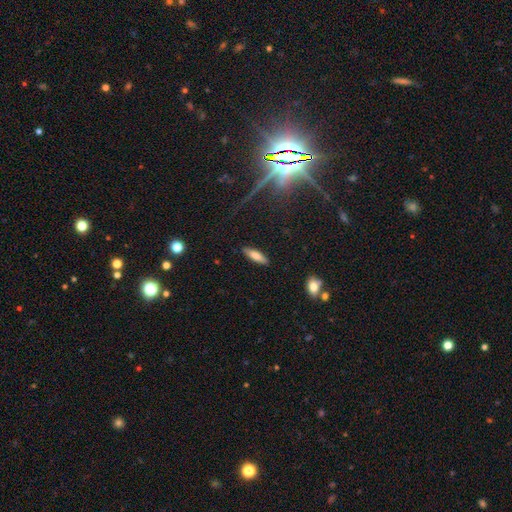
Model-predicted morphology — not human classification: Smooth or featured?
  - smooth: 75% *
  - featured or disk: 18%
  - star or artifact: 7%
How rounded?
  - cigar-shaped: 57% *
  - in between: 41%
  - round: 2%
Merging?
  - none: 87% *
  - minor disturbance: 9%
  - major disturbance: 2%
  - merger: 1%